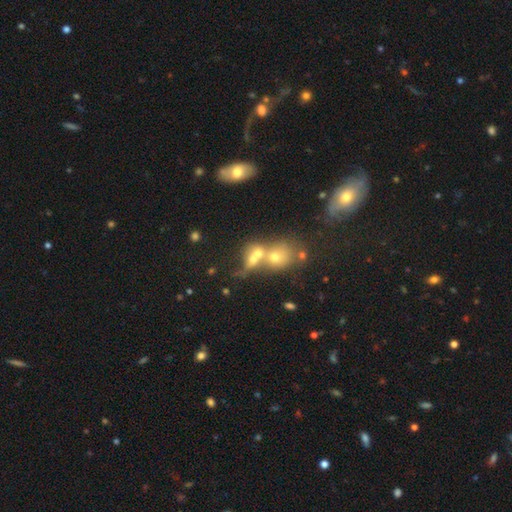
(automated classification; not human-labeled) The model was most divided on "how rounded": round: 49%, in between: 48%, cigar-shaped: 3%. More confident: merging — merger (70%); smooth or featured — smooth (55%).